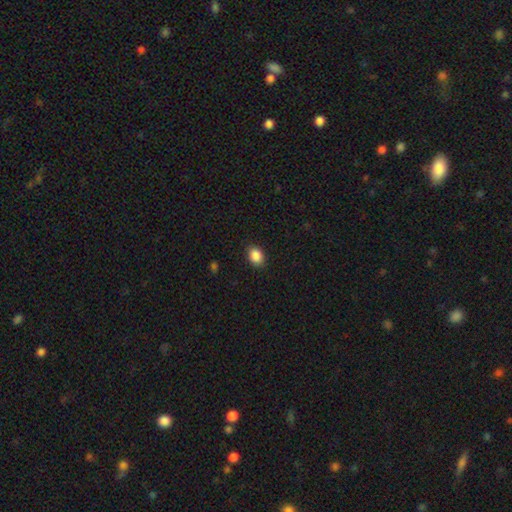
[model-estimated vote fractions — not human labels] Smooth or featured: smooth — 88% (star or artifact — 9%)
How rounded: in between — 70% (round — 29%)
Merging: none — 88% (minor disturbance — 8%)